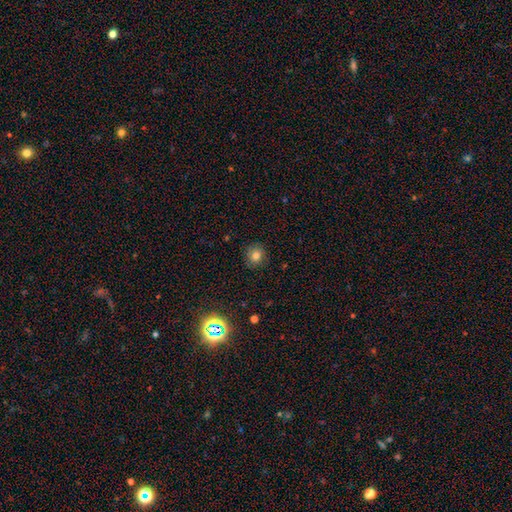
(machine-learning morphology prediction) Smooth or featured: smooth — 80% (star or artifact — 13%)
How rounded: round — 86% (in between — 14%)
Merging: none — 87% (minor disturbance — 9%)